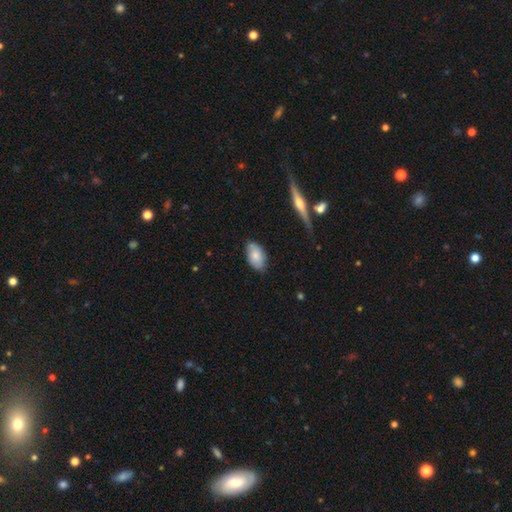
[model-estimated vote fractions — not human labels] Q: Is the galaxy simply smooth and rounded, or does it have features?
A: smooth — 77%.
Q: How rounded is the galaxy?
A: in between — 93%.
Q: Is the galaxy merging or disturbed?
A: none — 76%.